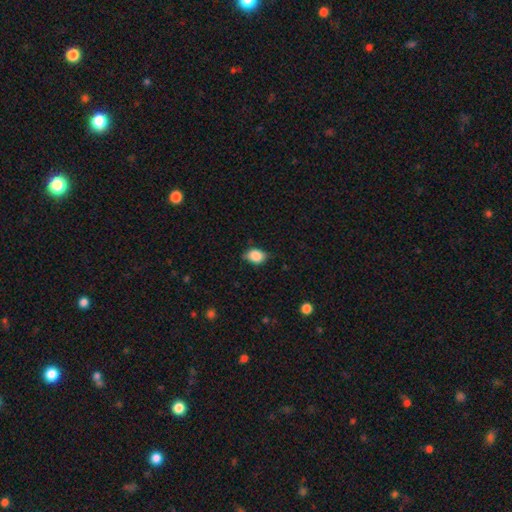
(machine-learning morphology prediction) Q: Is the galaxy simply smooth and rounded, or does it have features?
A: smooth — 81%.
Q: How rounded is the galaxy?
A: in between — 68%.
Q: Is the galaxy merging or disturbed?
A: none — 69%.